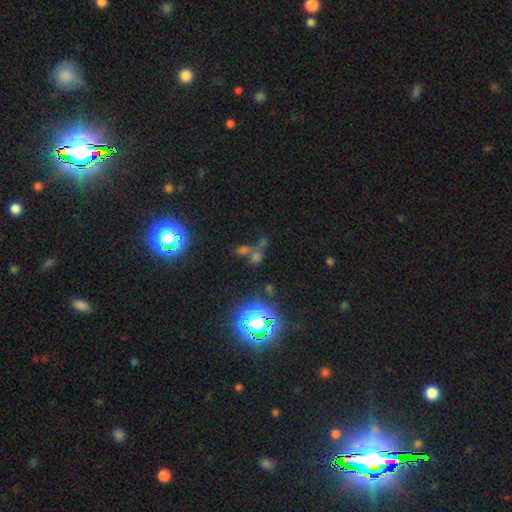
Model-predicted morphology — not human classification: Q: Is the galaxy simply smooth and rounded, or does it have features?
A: star or artifact — 49%.